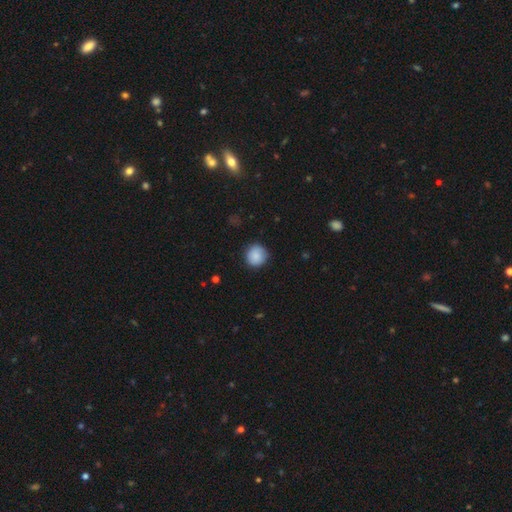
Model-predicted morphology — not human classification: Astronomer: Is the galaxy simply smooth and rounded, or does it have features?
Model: smooth — 87%.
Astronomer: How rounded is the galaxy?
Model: round — 93%.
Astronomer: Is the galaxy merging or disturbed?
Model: none — 86%.